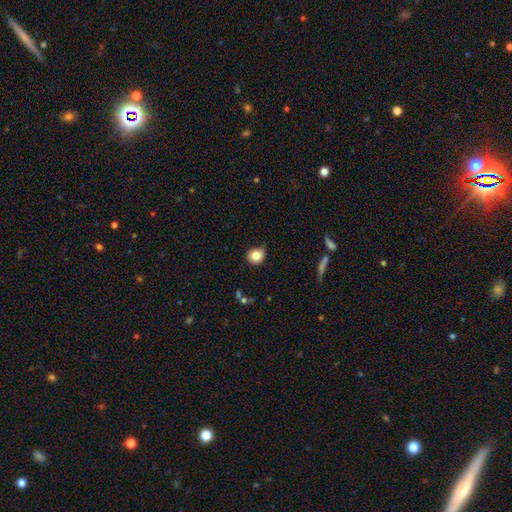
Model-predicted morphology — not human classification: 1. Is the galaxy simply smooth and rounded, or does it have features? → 82% smooth, 11% star or artifact, 7% featured or disk.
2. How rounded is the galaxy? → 79% round, 20% in between, 1% cigar-shaped.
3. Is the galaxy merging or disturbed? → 72% none, 22% minor disturbance, 4% major disturbance, 2% merger.